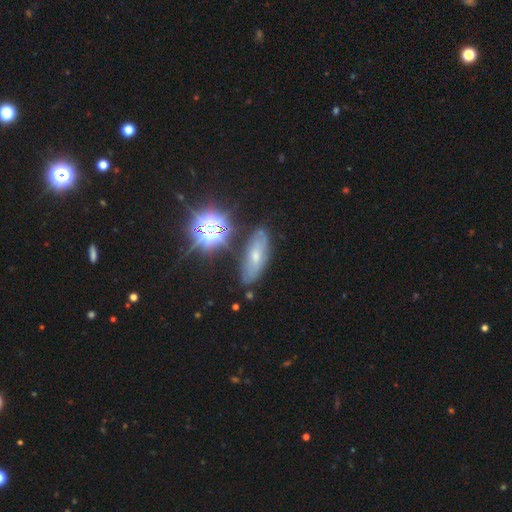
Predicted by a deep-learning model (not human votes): A featured or disk galaxy (41%). Merging: none (74%).